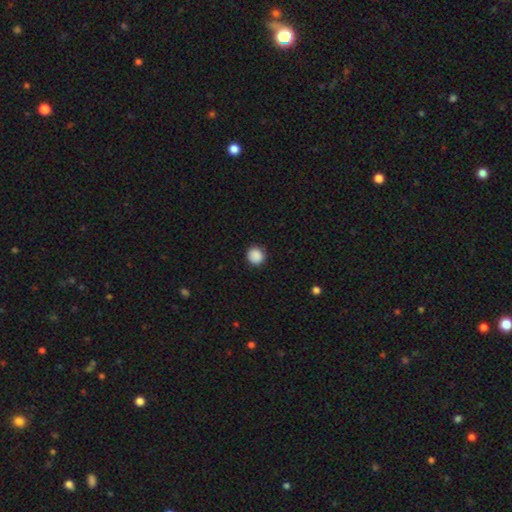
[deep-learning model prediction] This appears to be a smooth galaxy with no disk features (89%) that is round (92%). Merging: none (91%).